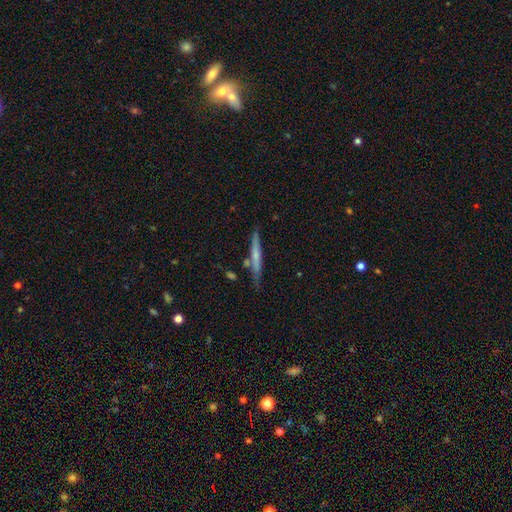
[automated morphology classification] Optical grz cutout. It shows a featured or disk galaxy (49%). Merging: none (76%).